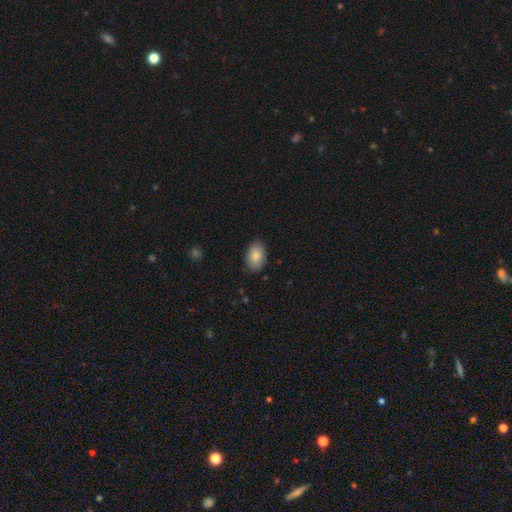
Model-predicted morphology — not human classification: Smooth or featured?
  - smooth: 86% *
  - featured or disk: 8%
  - star or artifact: 7%
How rounded?
  - in between: 89% *
  - round: 10%
  - cigar-shaped: 1%
Merging?
  - none: 85% *
  - minor disturbance: 12%
  - major disturbance: 2%
  - merger: 1%